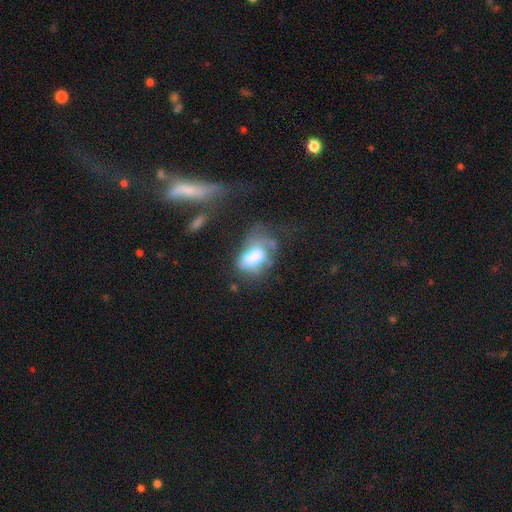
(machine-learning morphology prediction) smooth_or_featured: smooth (p=0.45) [alt: featured or disk p=0.44]
merging: major disturbance (p=0.41) [alt: none p=0.20]